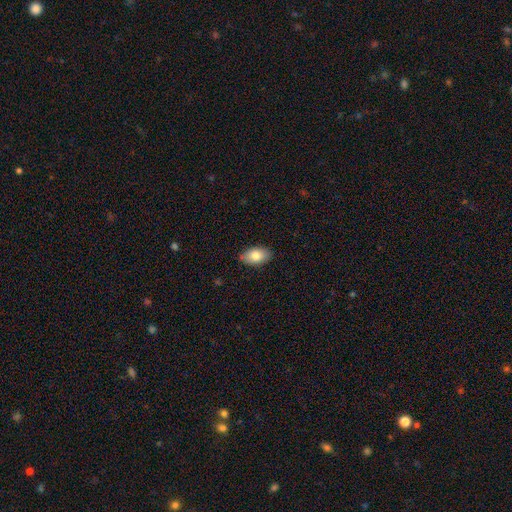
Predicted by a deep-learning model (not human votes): Overall: smooth (80%). How rounded: in between (93%). Merging: none (86%).